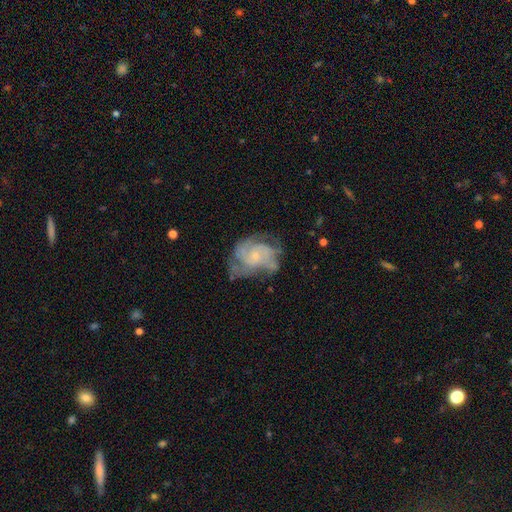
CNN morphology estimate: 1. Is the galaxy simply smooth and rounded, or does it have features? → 78% featured or disk, 15% smooth, 7% star or artifact.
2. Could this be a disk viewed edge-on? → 98% no, 2% yes.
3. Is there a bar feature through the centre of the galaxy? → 75% no, 22% weak, 3% strong.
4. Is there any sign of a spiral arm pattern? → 88% yes, 12% no.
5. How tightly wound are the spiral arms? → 45% tight, 41% medium, 14% loose.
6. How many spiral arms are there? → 30% can't tell, 27% 2, 26% 3, 8% 4, 5% 1, 4% more than 4.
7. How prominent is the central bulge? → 74% small, 19% moderate, 5% none, 1% large, 1% dominant.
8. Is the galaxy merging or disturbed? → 48% none, 26% minor disturbance, 21% major disturbance, 5% merger.